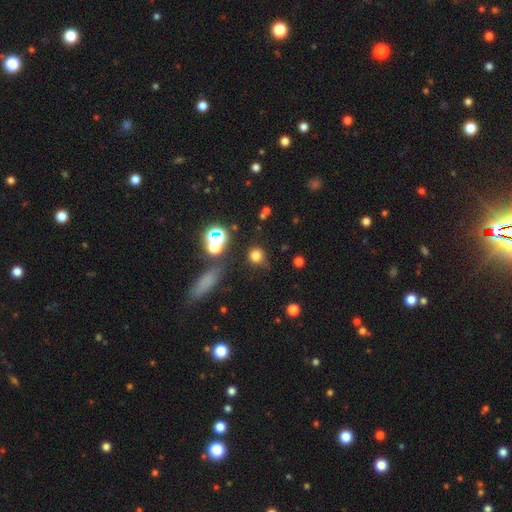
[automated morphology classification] Overall: smooth (72%). How rounded: round (89%). Merging: none (74%).